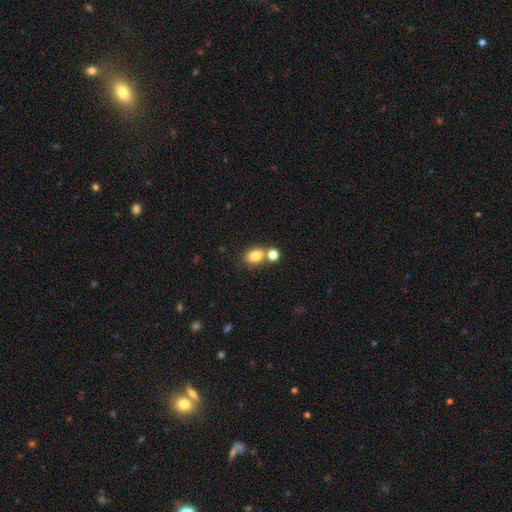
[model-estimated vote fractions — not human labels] A smooth galaxy with no disk features (82%) that is in between round and cigar-shaped (72%). Merging: none (55%).